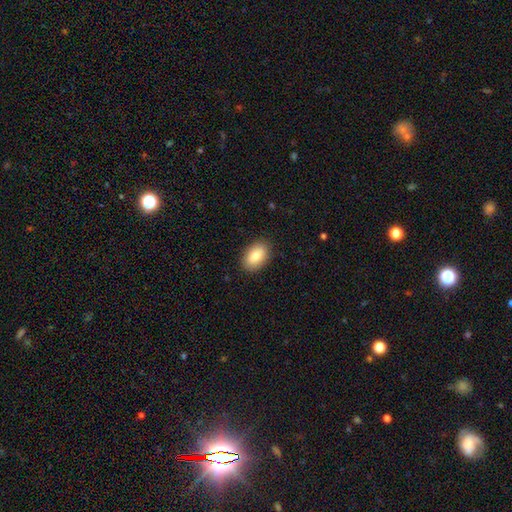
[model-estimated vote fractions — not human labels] smooth-or-featured: smooth: 84% | featured or disk: 9% | star or artifact: 7%
  how-rounded: in between: 90% | round: 9% | cigar-shaped: 1%
  merging: none: 88% | minor disturbance: 9% | major disturbance: 2% | merger: 1%